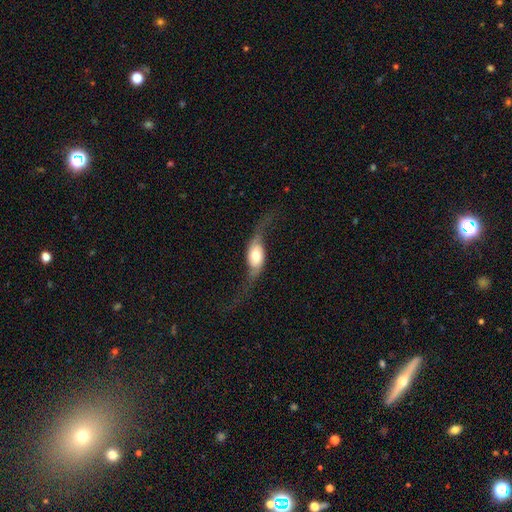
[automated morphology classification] Smooth or featured? featured or disk (74%)
Edge-on disk? no (82%)
Bar? no (53%)
Spiral arms? yes (91%)
Spiral winding? loose (89%)
Spiral arm count? 2 (92%)
Bulge size? moderate (51%)
Merging? none (52%)